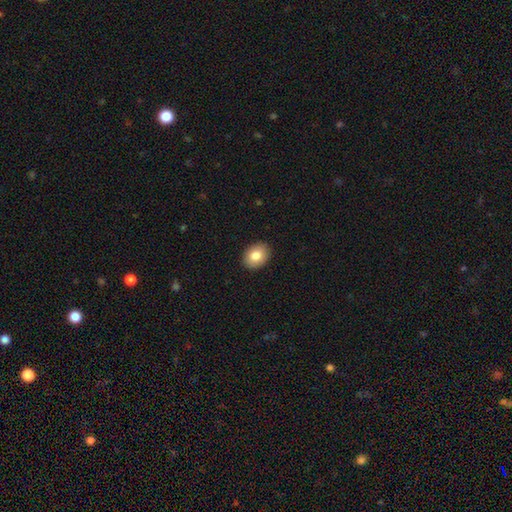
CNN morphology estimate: smooth 83%, featured or disk 9%, star or artifact 8%. Down the decision tree: how rounded — in between (64%); merging — none (91%).